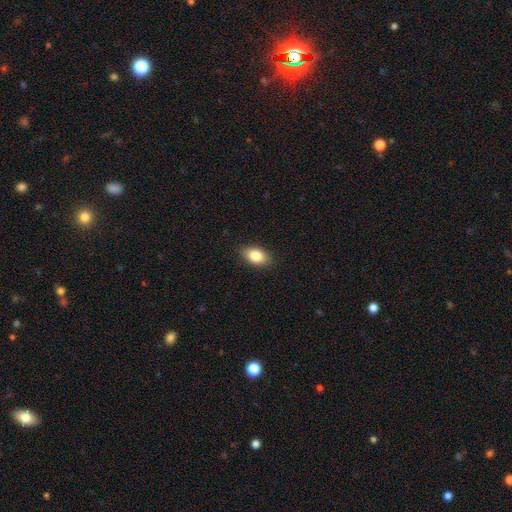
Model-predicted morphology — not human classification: Q: Smooth or featured?
A: smooth (84%); runner-up: featured or disk (8%)
Q: How rounded?
A: in between (88%); runner-up: round (10%)
Q: Merging?
A: none (87%); runner-up: minor disturbance (10%)